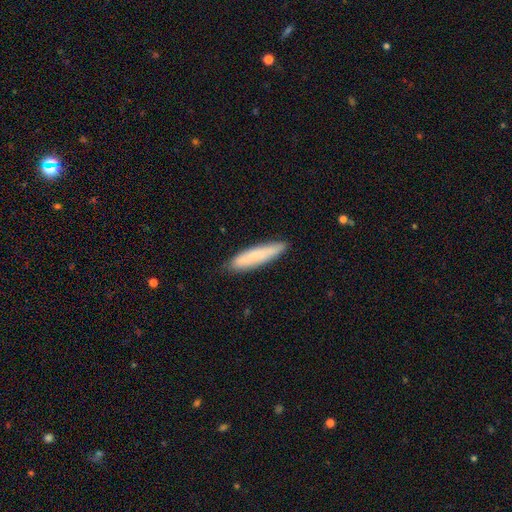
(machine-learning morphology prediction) smooth_or_featured: smooth (p=0.77) [alt: featured or disk p=0.17]
how_rounded: cigar-shaped (p=0.82) [alt: in between p=0.16]
merging: none (p=0.84) [alt: minor disturbance p=0.13]